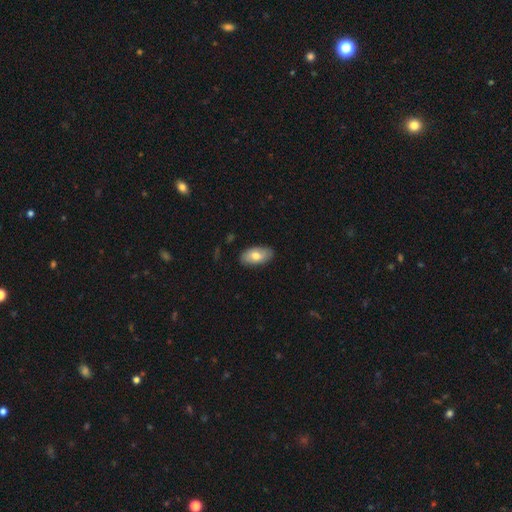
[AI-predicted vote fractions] This is likely a smooth galaxy (73%). How rounded: clearly in between (94%). Merging: clearly none (86%).